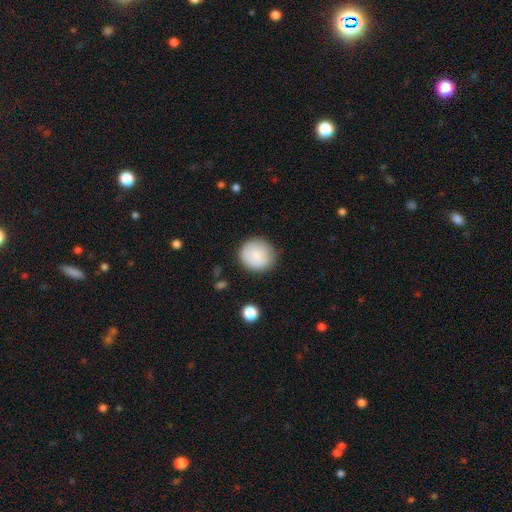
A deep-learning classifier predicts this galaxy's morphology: Q: Smooth or featured?
A: smooth (85%); runner-up: featured or disk (8%)
Q: How rounded?
A: round (90%); runner-up: in between (9%)
Q: Merging?
A: none (82%); runner-up: minor disturbance (13%)